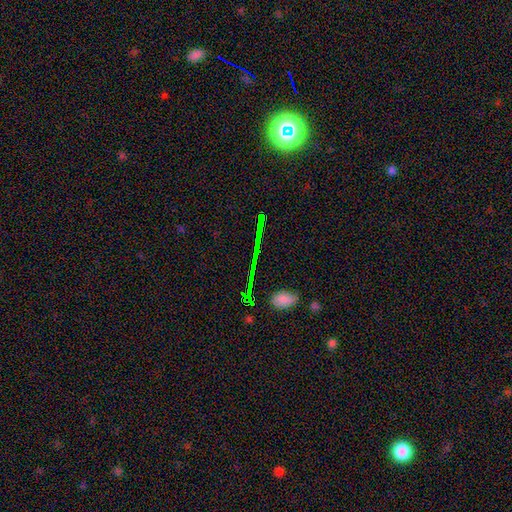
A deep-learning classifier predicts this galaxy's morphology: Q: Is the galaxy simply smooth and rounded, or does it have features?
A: star or artifact — 61%.